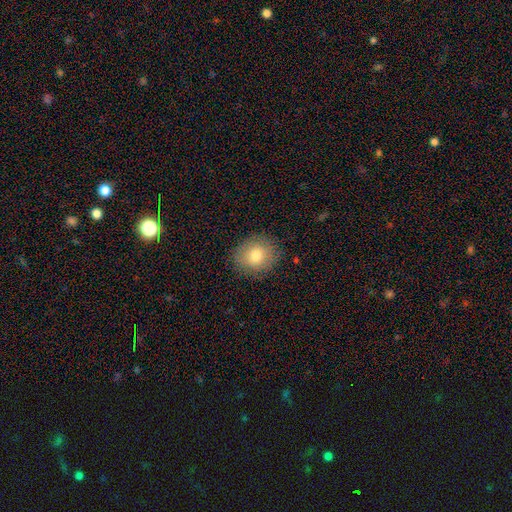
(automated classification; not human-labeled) smooth 77%, featured or disk 14%, star or artifact 10%. Down the decision tree: how rounded — round (73%); merging — none (86%).